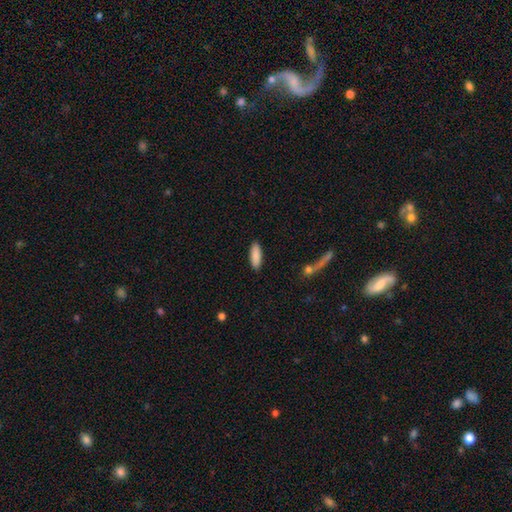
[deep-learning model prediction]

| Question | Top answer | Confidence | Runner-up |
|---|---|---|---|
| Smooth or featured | smooth | 88% | featured or disk (6%) |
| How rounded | in between | 64% | cigar-shaped (34%) |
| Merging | none | 88% | minor disturbance (8%) |